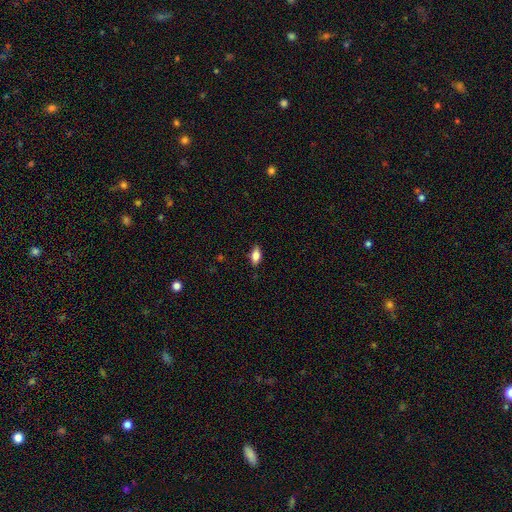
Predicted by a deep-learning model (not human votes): This appears to be a smooth galaxy with no disk features (79%) that is in between round and cigar-shaped (86%). Merging: none (86%).